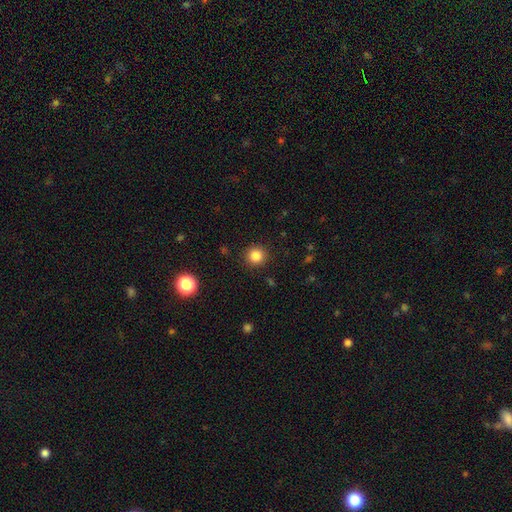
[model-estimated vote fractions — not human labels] Morphology: type=smooth (83%); roundness=round (93%); merging=none (91%).